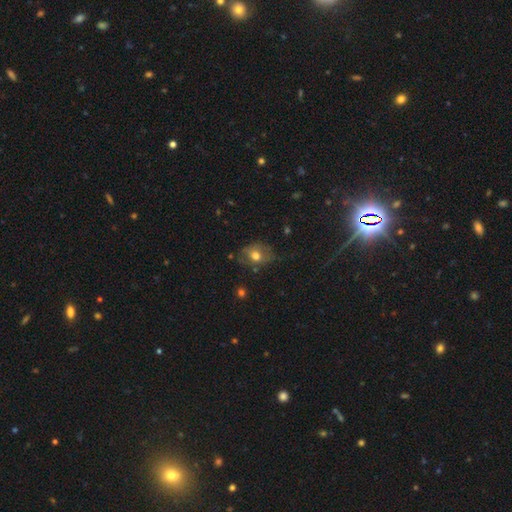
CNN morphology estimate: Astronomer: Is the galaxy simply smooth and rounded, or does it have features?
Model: smooth — 66%.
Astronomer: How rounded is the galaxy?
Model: in between — 56% (runner-up: round, 42%).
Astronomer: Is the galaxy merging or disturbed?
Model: none — 58%.